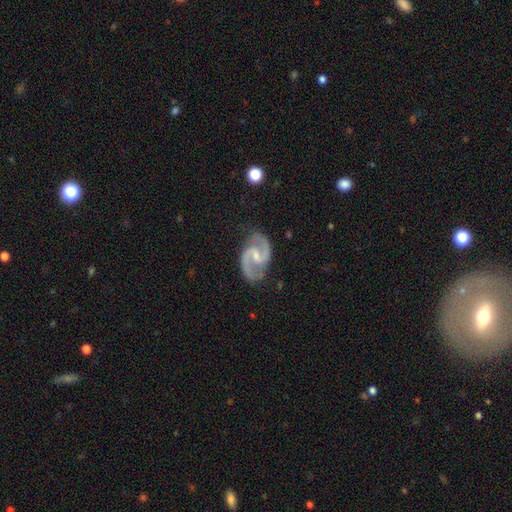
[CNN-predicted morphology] featured or disk 93%, smooth 4%, star or artifact 4%. Down the decision tree: edge-on disk — no (98%); bar — weak (57%); spiral arms — yes (98%); spiral arm count — 2 (94%); spiral winding — medium (65%); bulge size — small (55%); merging — none (80%).